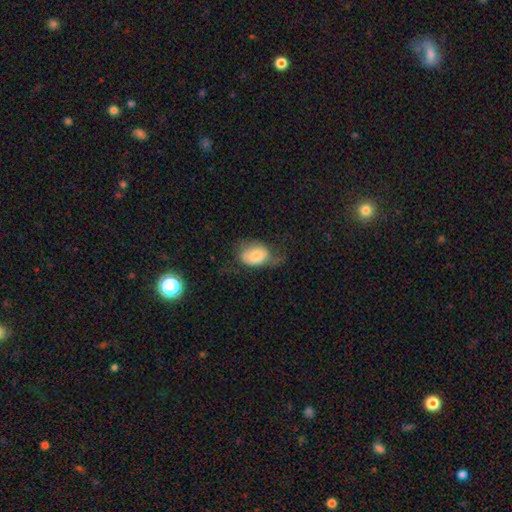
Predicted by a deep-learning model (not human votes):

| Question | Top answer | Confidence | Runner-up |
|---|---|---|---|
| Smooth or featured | smooth | 68% | featured or disk (24%) |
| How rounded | in between | 81% | round (18%) |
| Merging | none | 34% | major disturbance (33%) |